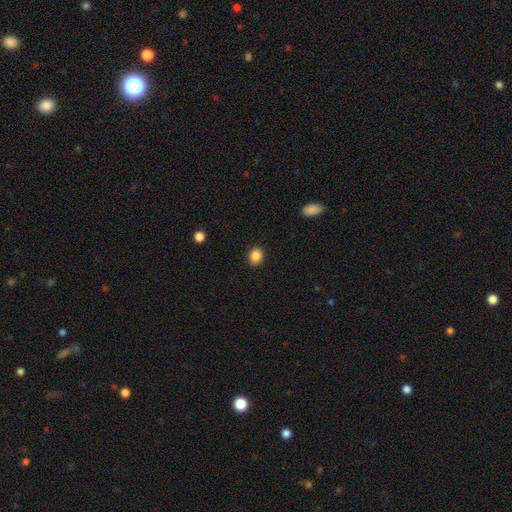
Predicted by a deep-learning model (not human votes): A smooth galaxy with no disk features (87%) that is round (65%). Merging: none (90%).